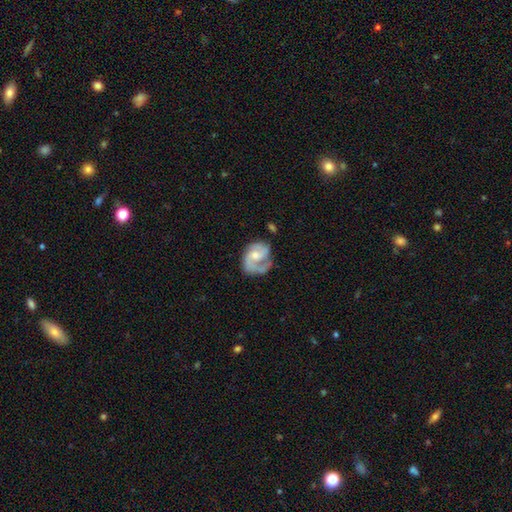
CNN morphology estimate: smooth-or-featured: featured or disk: 81% | smooth: 14% | star or artifact: 5%
  disk-edge-on: no: 98% | yes: 2%
    bar: no: 58% | weak: 36% | strong: 6%
    has-spiral-arms: yes: 94% | no: 6%
      spiral-winding: medium: 49% | tight: 31% | loose: 20%
      spiral-arm-count: 2: 58% | 1: 15% | 3: 14% | can't tell: 9% | 4: 2% | more than 4: 2%
    bulge-size: moderate: 47% | small: 44% | none: 5% | large: 3% | dominant: 1%
  merging: none: 51% | minor disturbance: 25% | major disturbance: 20% | merger: 4%